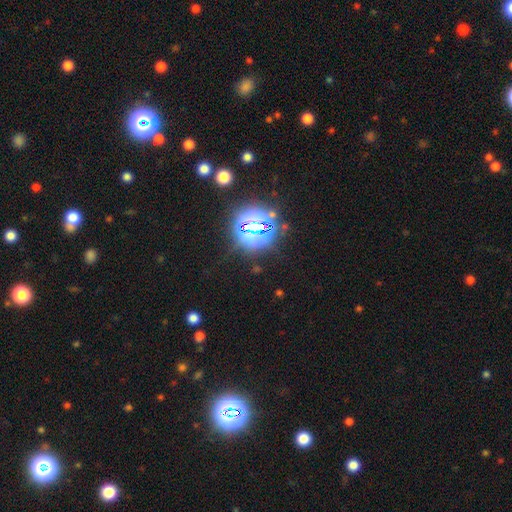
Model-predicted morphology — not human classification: Smooth or featured: star or artifact — 82% (smooth — 12%)